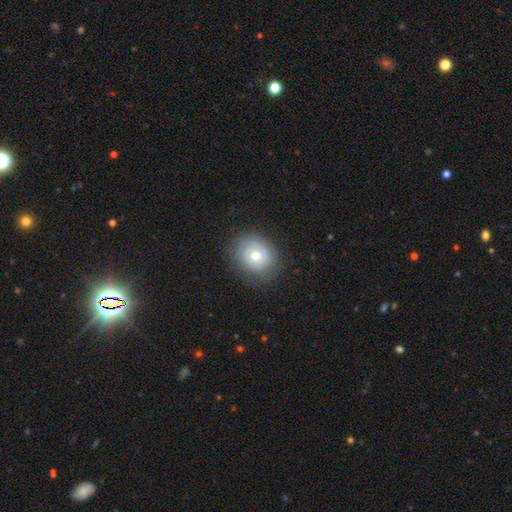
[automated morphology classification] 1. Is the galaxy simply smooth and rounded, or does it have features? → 71% smooth, 20% featured or disk, 9% star or artifact.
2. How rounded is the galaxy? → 65% round, 35% in between, 1% cigar-shaped.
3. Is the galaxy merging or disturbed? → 80% none, 14% minor disturbance, 5% major disturbance, 1% merger.